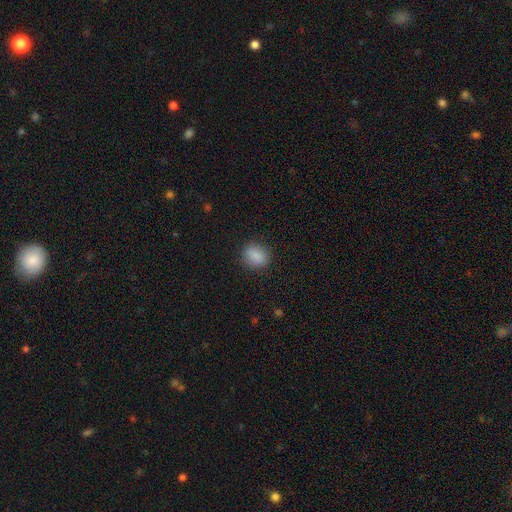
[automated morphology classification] smooth_or_featured: smooth (p=0.87) [alt: star or artifact p=0.09]
how_rounded: round (p=0.59) [alt: in between p=0.40]
merging: none (p=0.86) [alt: minor disturbance p=0.10]